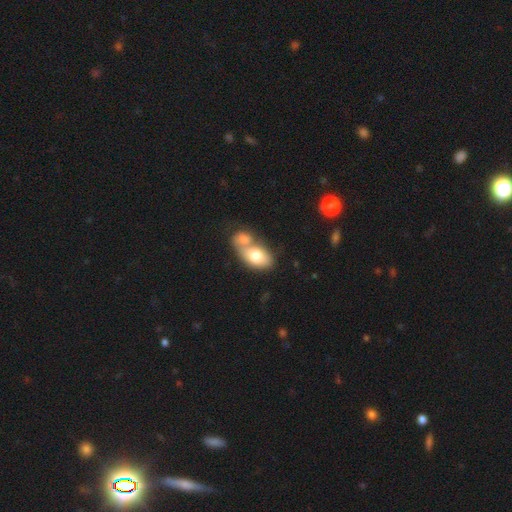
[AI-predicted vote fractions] Q: Smooth or featured?
A: smooth (74%); runner-up: featured or disk (20%)
Q: How rounded?
A: in between (87%); runner-up: round (11%)
Q: Merging?
A: merger (64%); runner-up: none (22%)